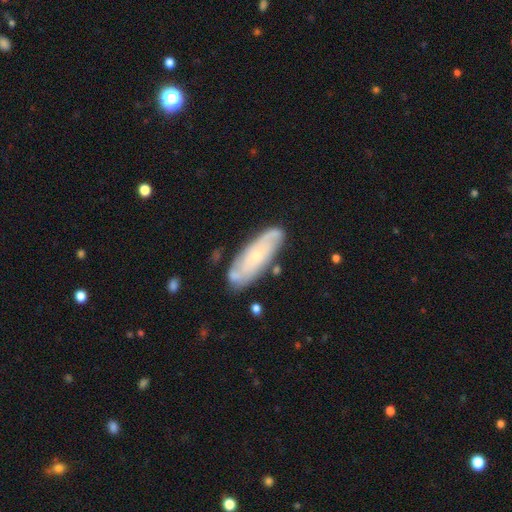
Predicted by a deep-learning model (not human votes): This appears to be a featured or disk galaxy (63%) with no bar (76%), spiral arms (82%) and a small central bulge (74%). Merging: none (76%).